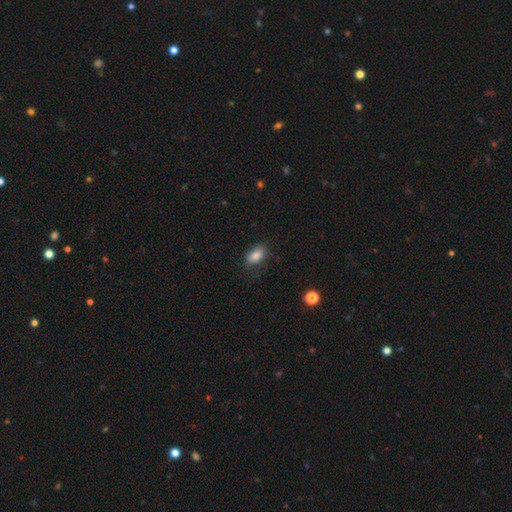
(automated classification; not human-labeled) smooth-or-featured: smooth: 86% | star or artifact: 8% | featured or disk: 6%
  how-rounded: in between: 90% | round: 7% | cigar-shaped: 4%
  merging: none: 74% | minor disturbance: 19% | major disturbance: 6% | merger: 1%